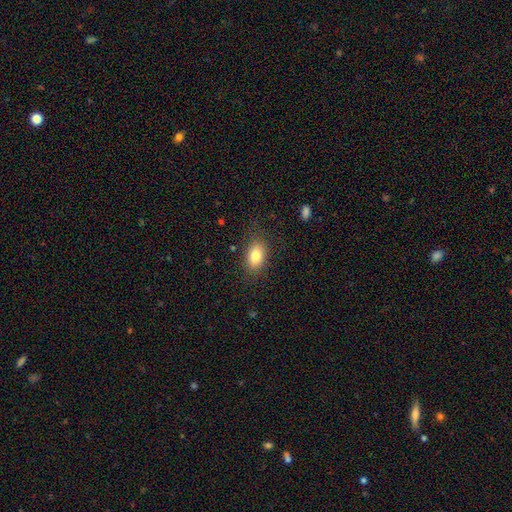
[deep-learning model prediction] Smooth or featured: smooth — 82% (featured or disk — 10%)
How rounded: in between — 86% (round — 11%)
Merging: none — 82% (minor disturbance — 13%)